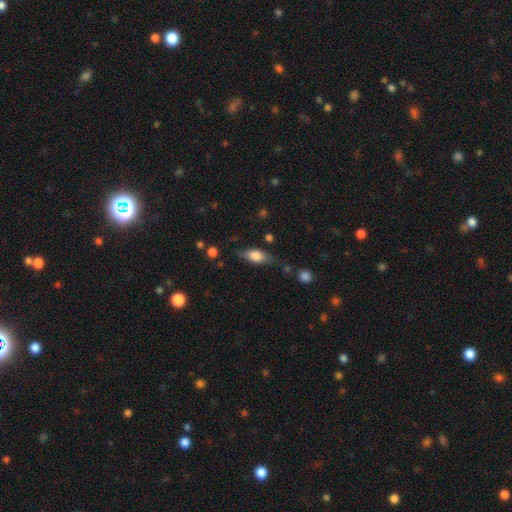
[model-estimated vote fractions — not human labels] A smooth galaxy with no disk features (68%) that is in between round and cigar-shaped (76%).

Vote fractions:
- Smooth or featured? smooth: 68% / featured or disk: 25% / star or artifact: 7%
- How rounded? in between: 76% / cigar-shaped: 20% / round: 4%
- Merging? none: 65% / minor disturbance: 24% / major disturbance: 7% / merger: 4%